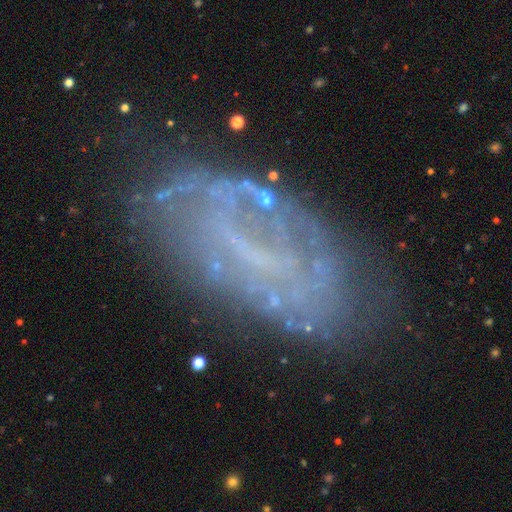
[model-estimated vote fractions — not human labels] smooth_or_featured: featured or disk (p=0.69) [alt: smooth p=0.20]
disk_edge_on: no (p=0.93) [alt: yes p=0.07]
bar: no (p=0.46) [alt: weak p=0.34]
has_spiral_arms: no (p=0.55) [alt: yes p=0.45]
bulge_size: none (p=0.63) [alt: small p=0.26]
merging: none (p=0.57) [alt: minor disturbance p=0.24]